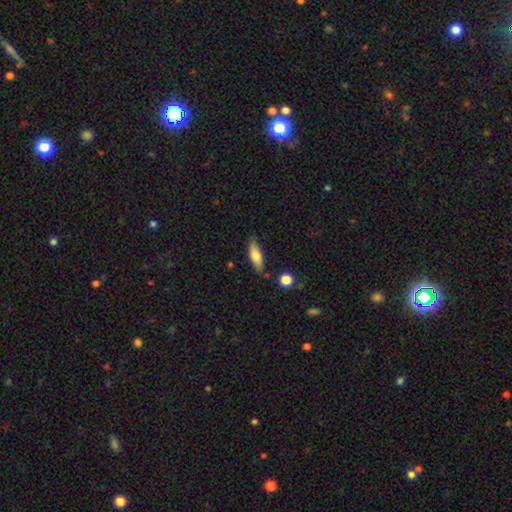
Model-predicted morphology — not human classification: The model was most divided on "how rounded": in between: 56%, cigar-shaped: 41%, round: 3%. More confident: merging — none (77%); smooth or featured — smooth (71%).